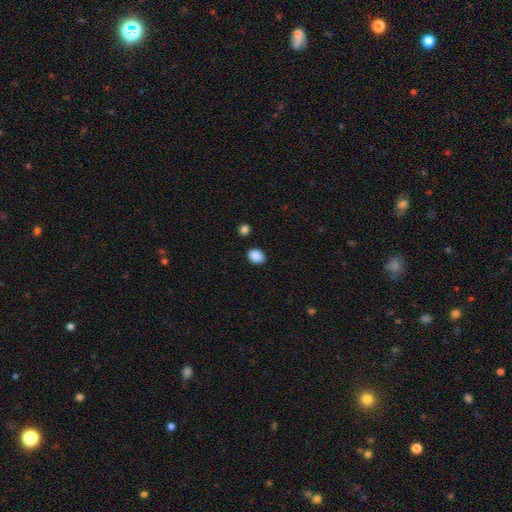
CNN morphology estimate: smooth_or_featured: smooth (p=0.89) [alt: star or artifact p=0.08]
how_rounded: in between (p=0.65) [alt: round p=0.34]
merging: none (p=0.86) [alt: minor disturbance p=0.09]